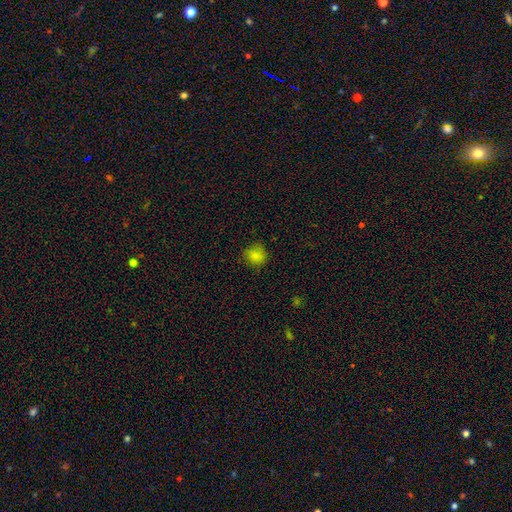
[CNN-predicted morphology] Smooth or featured: smooth — 82% (star or artifact — 12%)
How rounded: round — 83% (in between — 16%)
Merging: none — 79% (minor disturbance — 16%)